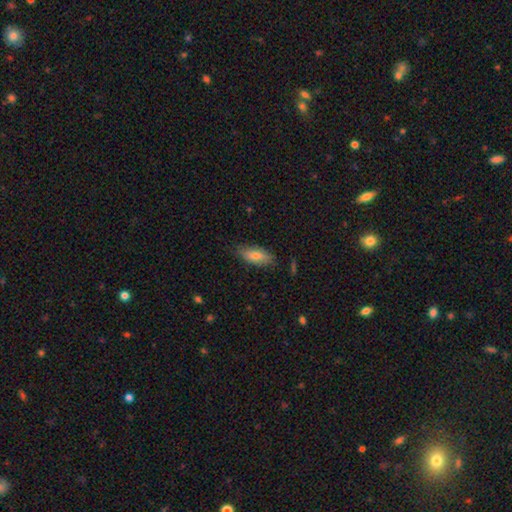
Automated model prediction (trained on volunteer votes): Smooth or featured: smooth — 72% (featured or disk — 21%)
How rounded: in between — 80% (cigar-shaped — 17%)
Merging: none — 78% (minor disturbance — 17%)